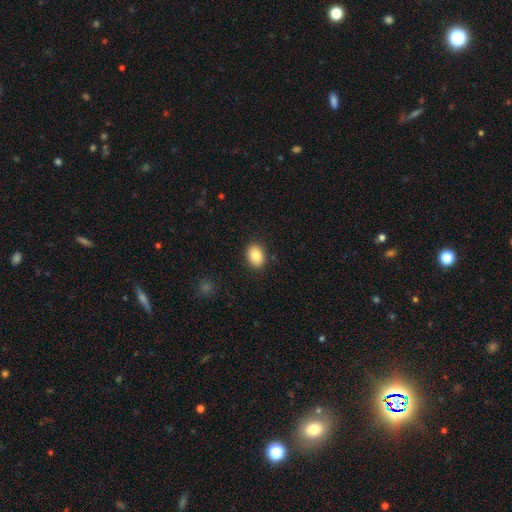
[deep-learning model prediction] smooth 87%, star or artifact 8%, featured or disk 5%. Down the decision tree: how rounded — in between (73%); merging — none (88%).